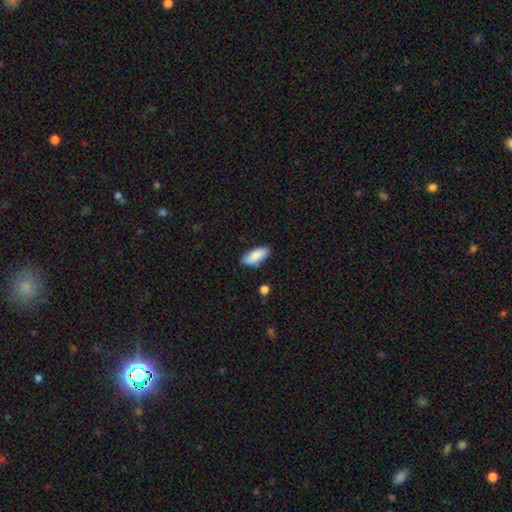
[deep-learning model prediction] Smooth or featured? smooth (86%)
How rounded? in between (83%)
Merging? none (83%)